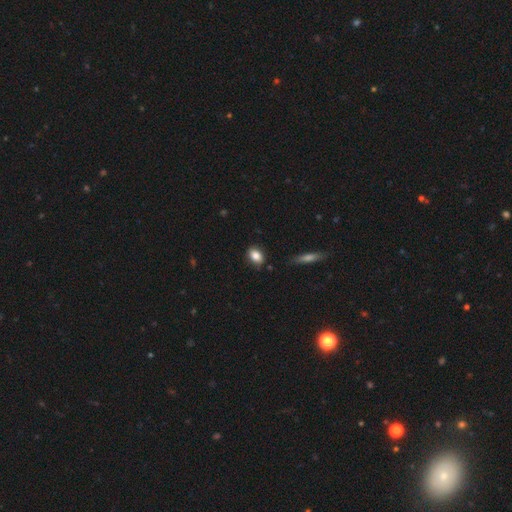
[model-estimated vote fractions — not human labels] Smooth or featured: smooth — 83% (featured or disk — 8%)
How rounded: in between — 77% (round — 20%)
Merging: none — 83% (minor disturbance — 12%)